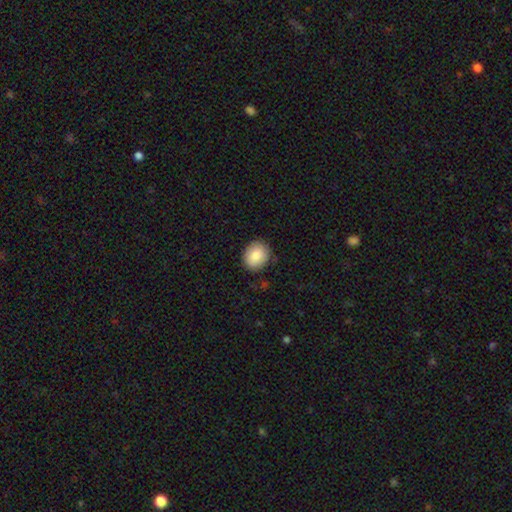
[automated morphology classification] This is clearly a smooth galaxy (86%). How rounded: likely round (64%). Merging: clearly none (85%).